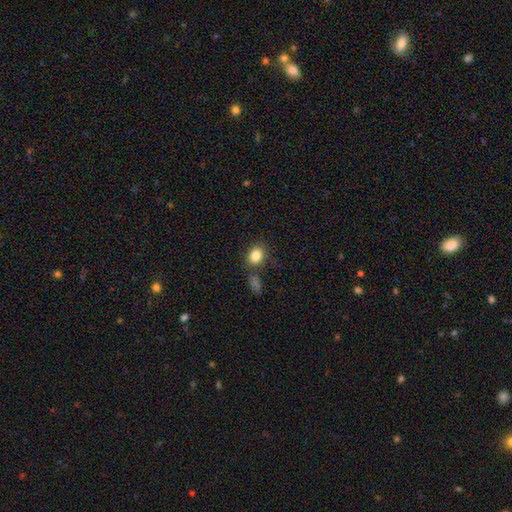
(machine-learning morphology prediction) smooth 83%, star or artifact 9%, featured or disk 7%. Down the decision tree: how rounded — in between (54%); merging — none (73%).